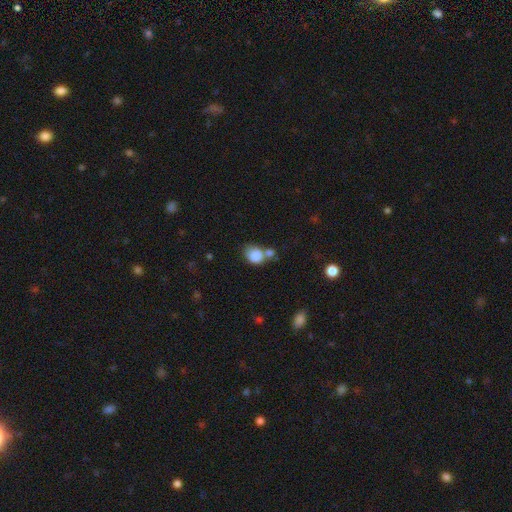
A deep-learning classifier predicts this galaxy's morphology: Smooth or featured?
  - smooth: 84% *
  - star or artifact: 9%
  - featured or disk: 7%
How rounded?
  - round: 57% *
  - in between: 42%
  - cigar-shaped: 1%
Merging?
  - none: 39% * (tied)
  - merger: 39% * (tied)
  - minor disturbance: 15%
  - major disturbance: 7%